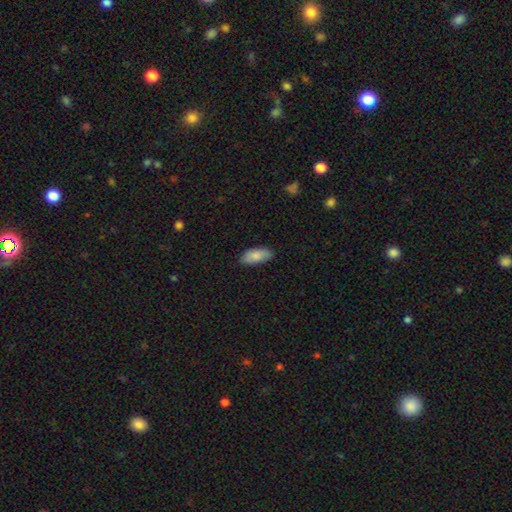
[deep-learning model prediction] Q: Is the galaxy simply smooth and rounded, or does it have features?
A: smooth — 85%.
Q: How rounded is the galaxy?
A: in between — 88%.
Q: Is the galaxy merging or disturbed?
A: none — 83%.